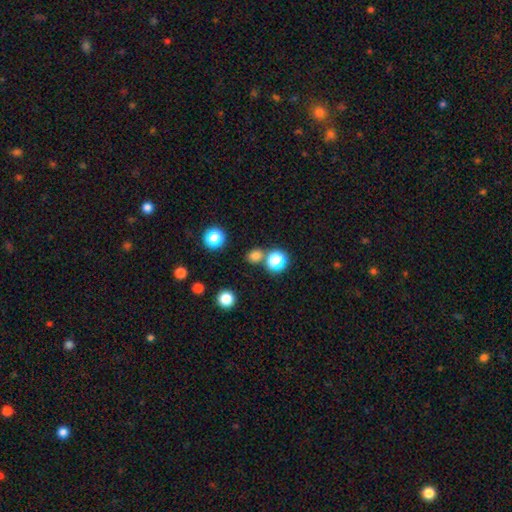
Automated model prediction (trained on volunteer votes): Morphology: type=smooth (73%); roundness=round (77%); merging=none (73%).